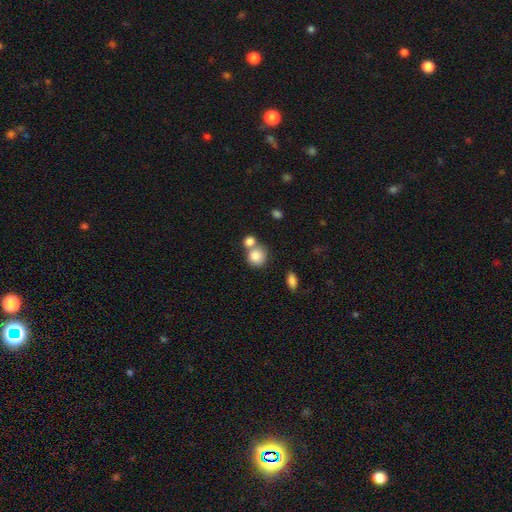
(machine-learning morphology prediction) A smooth galaxy with no disk features (84%) that is round (83%). Merging: merger (44%).